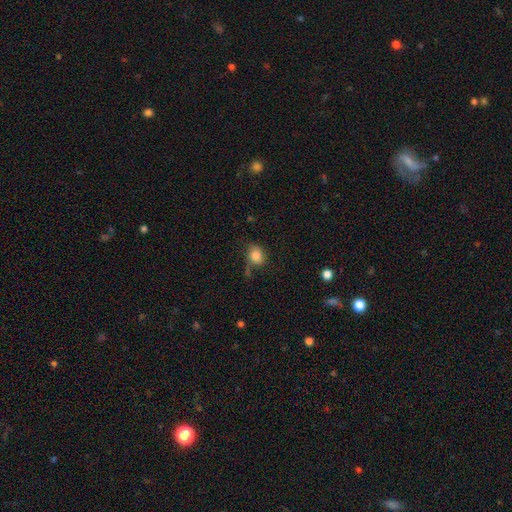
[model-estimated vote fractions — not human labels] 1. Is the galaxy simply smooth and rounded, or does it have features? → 81% smooth, 9% star or artifact, 9% featured or disk.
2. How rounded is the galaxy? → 51% in between, 47% round, 1% cigar-shaped.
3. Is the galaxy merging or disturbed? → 52% none, 27% minor disturbance, 14% major disturbance, 7% merger.